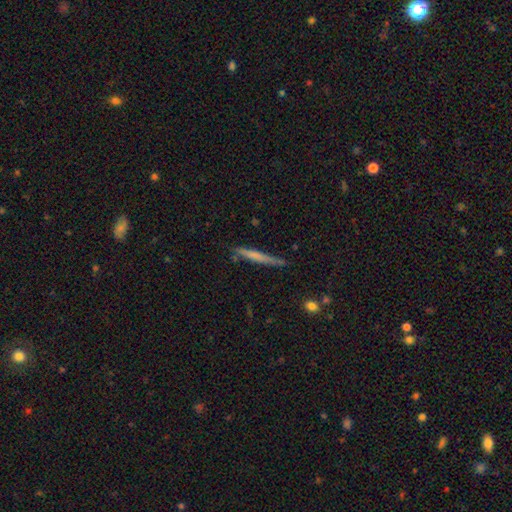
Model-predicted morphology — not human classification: Smooth or featured? Predicted: smooth (p=0.55). How rounded? Predicted: cigar-shaped (p=0.96). Merging? Predicted: none (p=0.80).